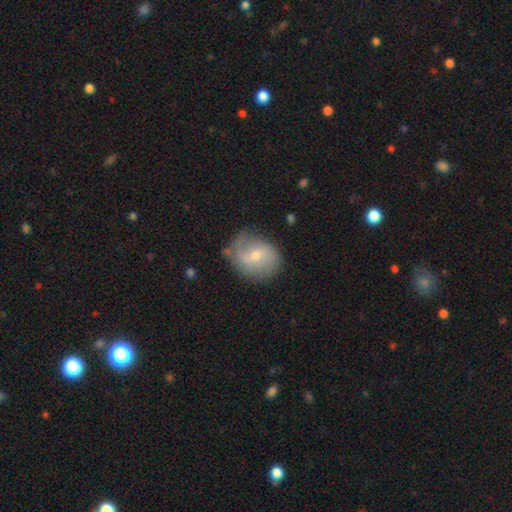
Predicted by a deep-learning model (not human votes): Overall: featured or disk (65%; smooth 27%). Edge-on disk: no (97%). Bar: weak (47%; no 42%). Spiral arms: yes (85%). Spiral arm count: 2 (62%). Spiral winding: medium (40%; loose 35%). Bulge size: small (53%; moderate 44%). Merging: none (67%).